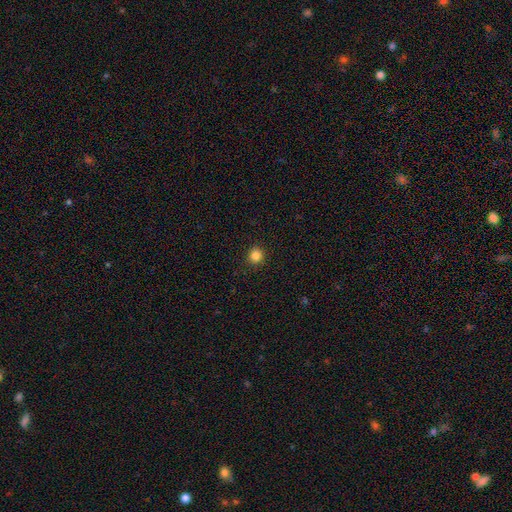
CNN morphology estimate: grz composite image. It shows a smooth galaxy with no disk features (84%) that is round (92%). Merging: none (92%).